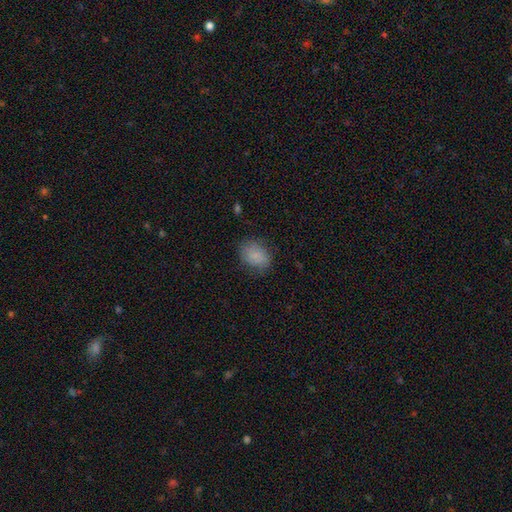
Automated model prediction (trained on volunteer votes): This is clearly a smooth galaxy (82%). How rounded: likely in between (61%). Merging: likely none (73%).